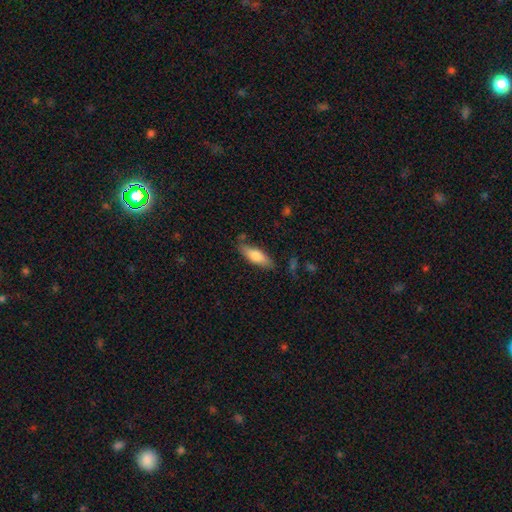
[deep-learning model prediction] smooth 76%, featured or disk 18%, star or artifact 6%. Down the decision tree: how rounded — in between (64%); merging — none (74%).